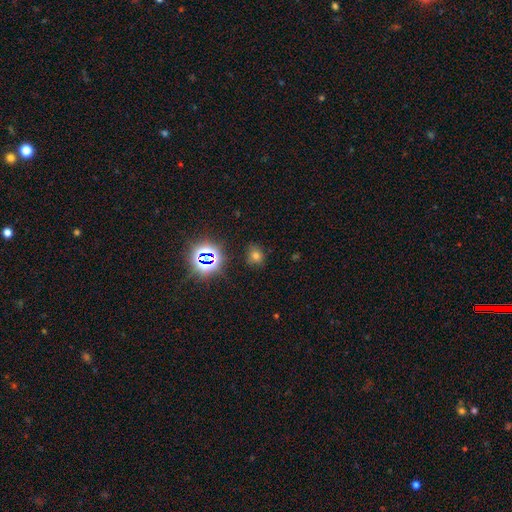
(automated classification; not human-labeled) smooth_or_featured: smooth (p=0.63) [alt: star or artifact p=0.30]
how_rounded: round (p=0.70) [alt: in between p=0.29]
merging: none (p=0.81) [alt: minor disturbance p=0.13]